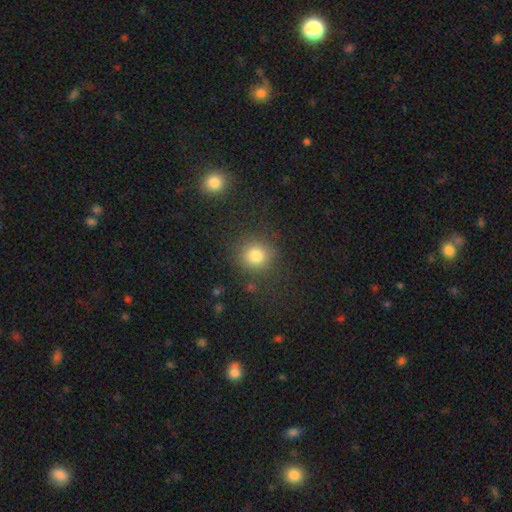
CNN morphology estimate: Smooth or featured? Predicted: smooth (p=0.80). How rounded? Predicted: round (p=0.89). Merging? Predicted: none (p=0.84).